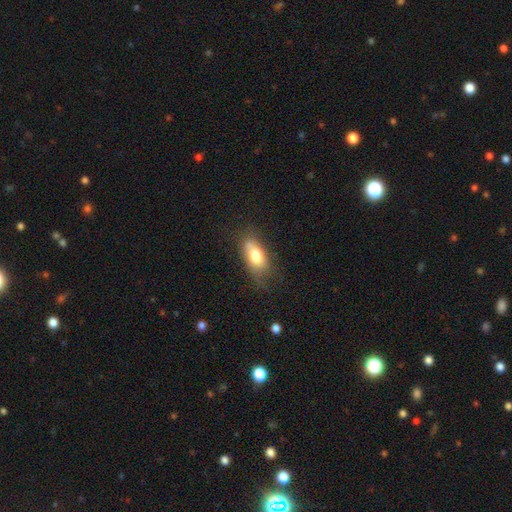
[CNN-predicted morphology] Smooth or featured: smooth — 73% (featured or disk — 19%)
How rounded: in between — 86% (cigar-shaped — 8%)
Merging: none — 55% (minor disturbance — 28%)